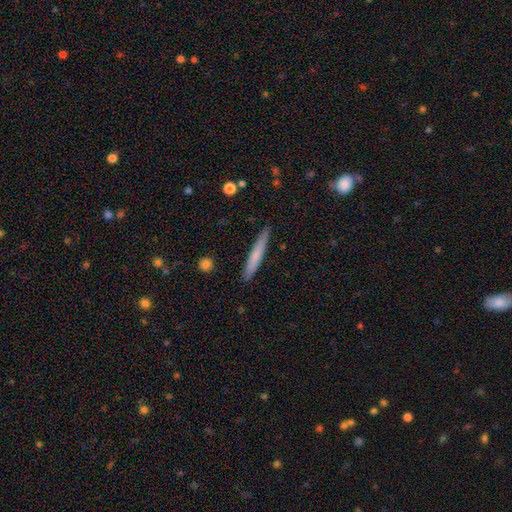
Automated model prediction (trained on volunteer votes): Overall: smooth (68%). How rounded: cigar-shaped (95%). Merging: none (89%).